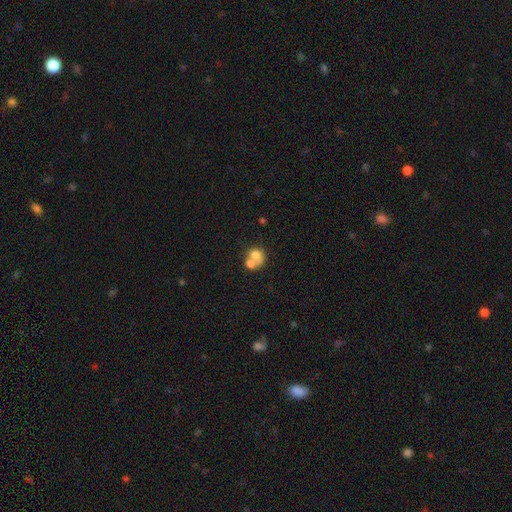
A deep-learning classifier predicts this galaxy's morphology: Smooth or featured? Predicted: smooth (p=0.68). How rounded? Predicted: round (p=0.62). Merging? Predicted: merger (p=0.63).